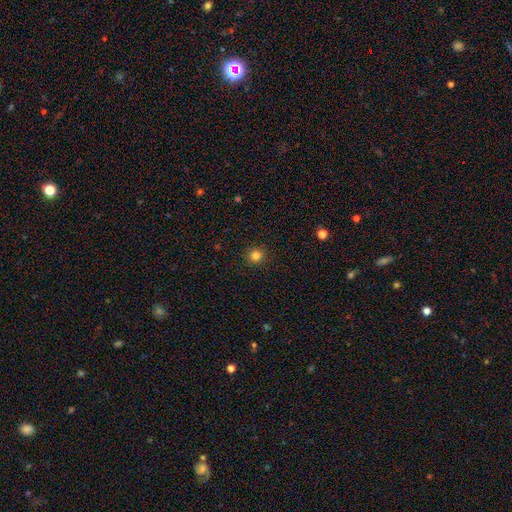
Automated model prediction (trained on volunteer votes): A smooth galaxy with no disk features (82%) that is round (91%). Merging: none (91%).